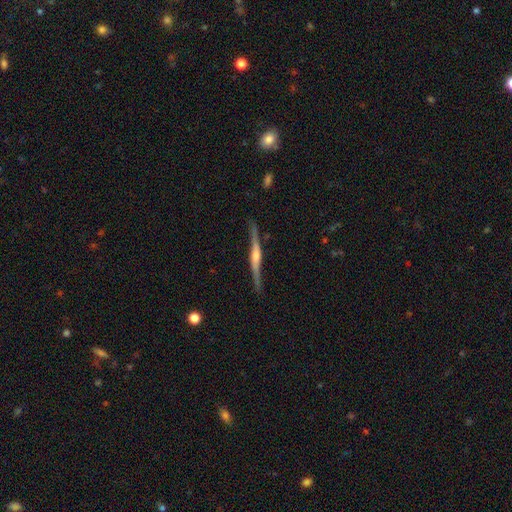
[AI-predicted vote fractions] A featured or disk galaxy (83%) viewed edge-on (97%) with a rounded central bulge (77%).

Vote fractions:
- Smooth or featured? featured or disk: 83% / smooth: 12% / star or artifact: 5%
- Edge-on disk? yes: 97% / no: 3%
- Edge-on bulge? rounded: 77% / boxy: 13% / none: 10%
- Merging? none: 85% / minor disturbance: 11% / major disturbance: 2% / merger: 2%